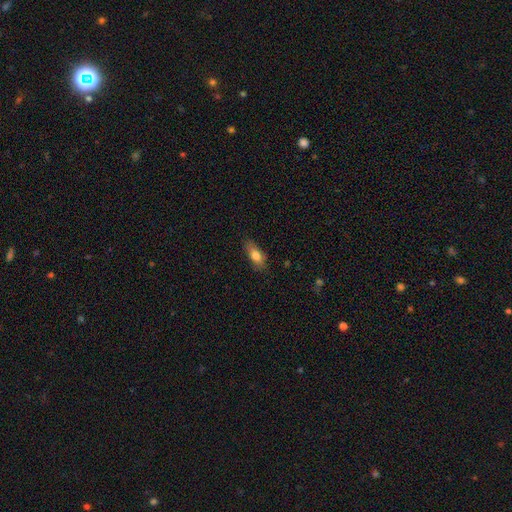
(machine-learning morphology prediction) Q: Smooth or featured?
A: smooth (77%); runner-up: featured or disk (16%)
Q: How rounded?
A: in between (74%); runner-up: cigar-shaped (21%)
Q: Merging?
A: none (78%); runner-up: minor disturbance (17%)